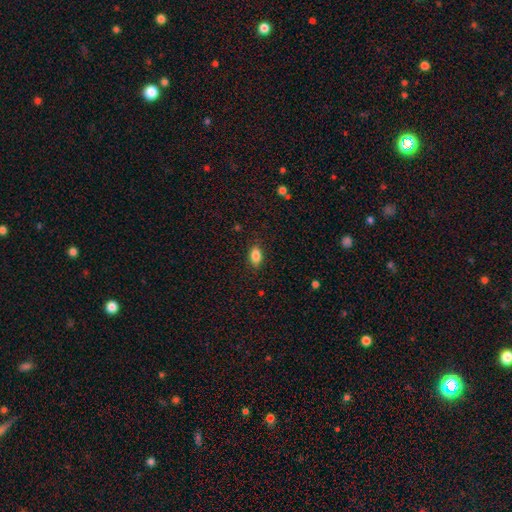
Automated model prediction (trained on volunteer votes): Smooth or featured? smooth (86%)
How rounded? in between (88%)
Merging? none (87%)